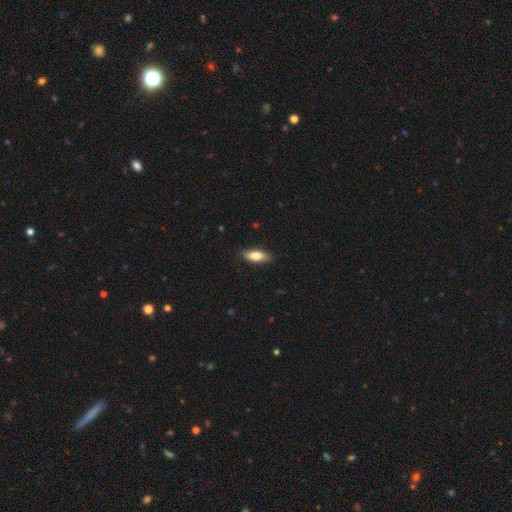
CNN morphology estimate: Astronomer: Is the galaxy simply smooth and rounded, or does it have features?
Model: smooth — 75%.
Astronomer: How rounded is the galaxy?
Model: in between — 71%.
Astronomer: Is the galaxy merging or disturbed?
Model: none — 84%.